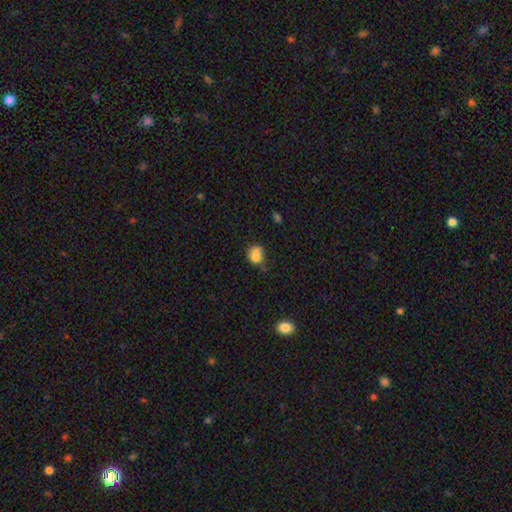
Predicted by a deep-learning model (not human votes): smooth_or_featured: smooth (p=0.76) [alt: featured or disk p=0.13]
how_rounded: round (p=0.58) [alt: in between p=0.41]
merging: none (p=0.39) [alt: merger p=0.30]